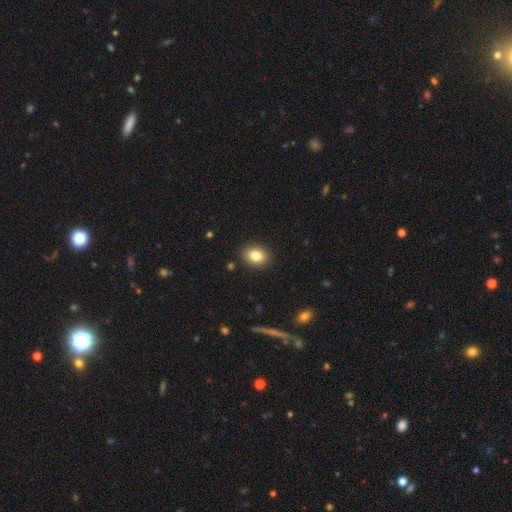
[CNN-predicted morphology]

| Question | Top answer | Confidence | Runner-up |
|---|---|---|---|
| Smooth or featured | smooth | 83% | star or artifact (10%) |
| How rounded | in between | 63% | round (36%) |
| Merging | none | 89% | minor disturbance (8%) |